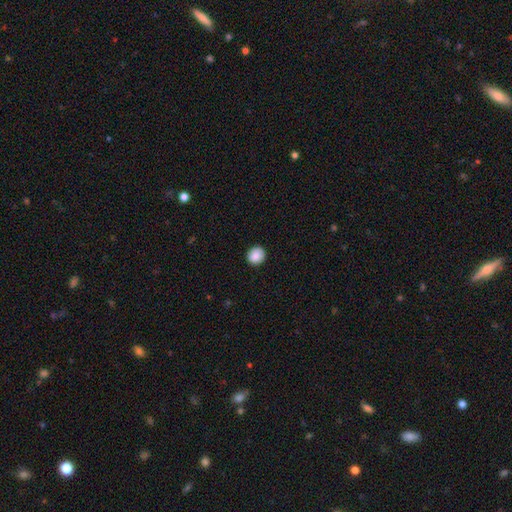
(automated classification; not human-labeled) Q: Smooth or featured?
A: smooth (87%); runner-up: star or artifact (8%)
Q: How rounded?
A: round (86%); runner-up: in between (13%)
Q: Merging?
A: none (90%); runner-up: minor disturbance (8%)